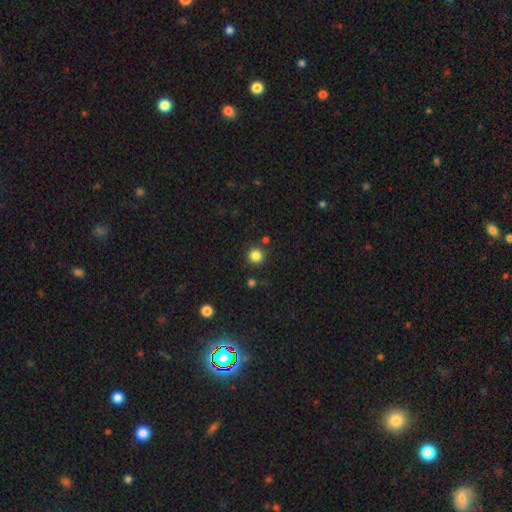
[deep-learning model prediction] smooth 84%, star or artifact 12%, featured or disk 4%. Down the decision tree: how rounded — round (94%); merging — none (85%).